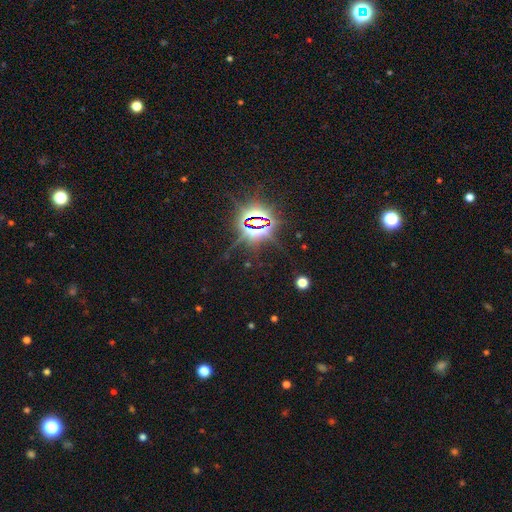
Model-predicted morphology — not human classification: The model was most divided on "smooth or featured": star or artifact: 85%, smooth: 9%, featured or disk: 7%.